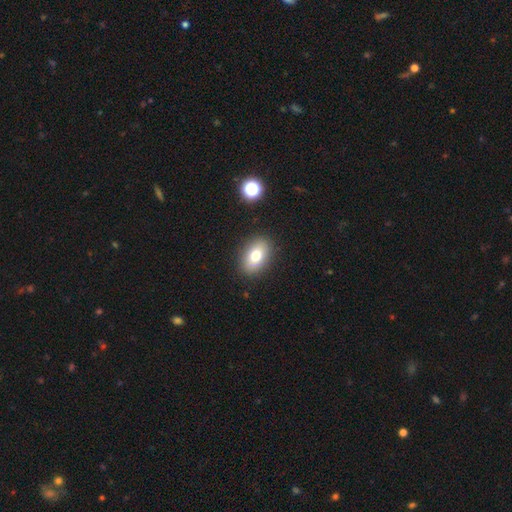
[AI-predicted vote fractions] A smooth galaxy with no disk features (74%) that is in between round and cigar-shaped (82%).

Vote fractions:
- Smooth or featured? smooth: 74% / featured or disk: 16% / star or artifact: 10%
- How rounded? in between: 82% / round: 16% / cigar-shaped: 2%
- Merging? none: 88% / minor disturbance: 8% / major disturbance: 3% / merger: 1%